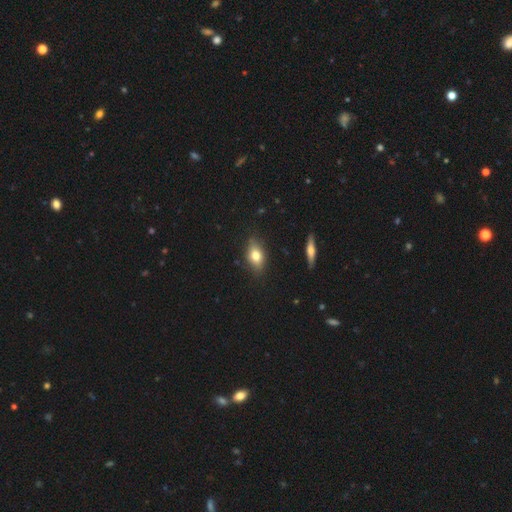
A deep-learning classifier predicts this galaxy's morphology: This appears to be a smooth galaxy with no disk features (75%) that is in between round and cigar-shaped (81%). Merging: none (80%).